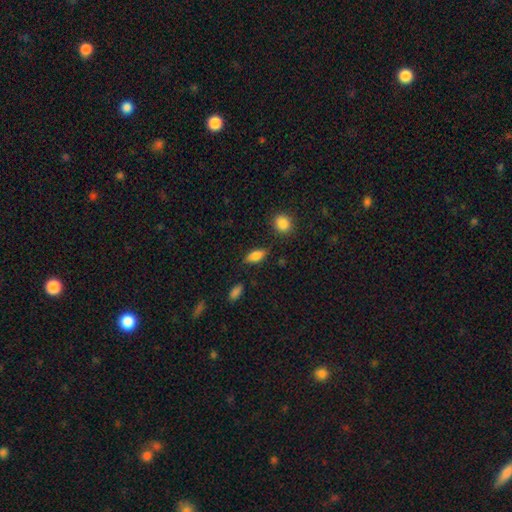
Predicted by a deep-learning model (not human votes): This appears to be a smooth galaxy with no disk features (81%) that is in between round and cigar-shaped (85%). Merging: none (80%).